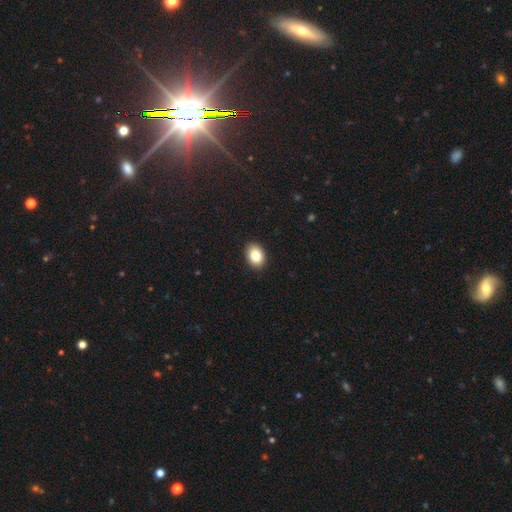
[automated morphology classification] Smooth or featured: smooth — 84% (star or artifact — 8%)
How rounded: in between — 76% (round — 23%)
Merging: none — 91% (minor disturbance — 7%)